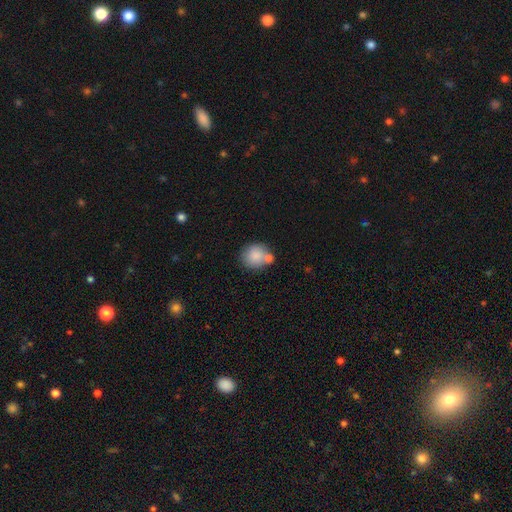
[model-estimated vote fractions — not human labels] smooth_or_featured: smooth (p=0.84) [alt: featured or disk p=0.08]
how_rounded: round (p=0.83) [alt: in between p=0.16]
merging: none (p=0.57) [alt: merger p=0.26]